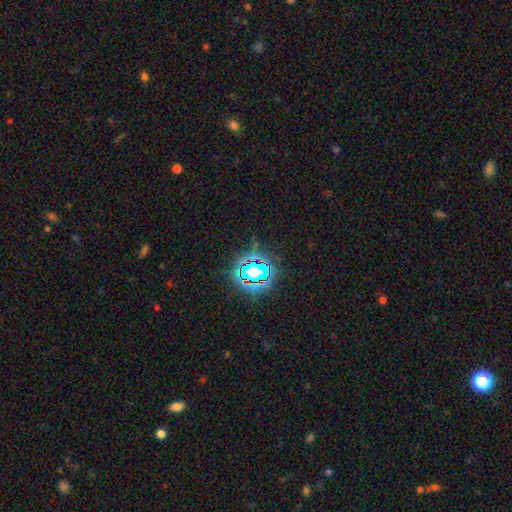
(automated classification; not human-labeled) This is clearly a star or artifact rather than a galaxy (81%).